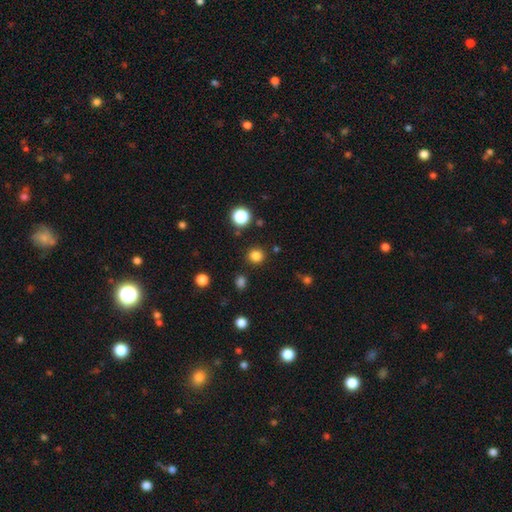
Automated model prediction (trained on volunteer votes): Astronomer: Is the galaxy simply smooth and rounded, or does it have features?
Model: smooth — 81%.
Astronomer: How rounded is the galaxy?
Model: round — 91%.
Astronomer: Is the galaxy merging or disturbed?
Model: none — 89%.